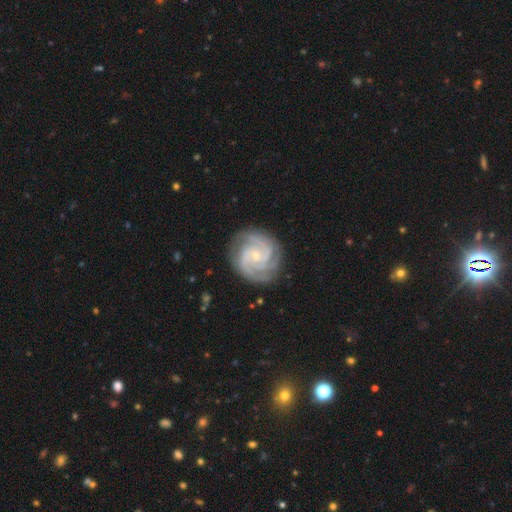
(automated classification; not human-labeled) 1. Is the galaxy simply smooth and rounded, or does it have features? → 92% featured or disk, 4% smooth, 4% star or artifact.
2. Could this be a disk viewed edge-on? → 98% no, 2% yes.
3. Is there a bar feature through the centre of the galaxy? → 66% no, 27% weak, 7% strong.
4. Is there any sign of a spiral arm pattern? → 99% yes, 1% no.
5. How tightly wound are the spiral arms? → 71% tight, 26% medium, 3% loose.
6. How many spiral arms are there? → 43% 3, 20% 2, 16% 4, 10% can't tell, 6% more than 4, 6% 1.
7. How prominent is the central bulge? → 78% small, 18% moderate, 2% none, 1% large, 1% dominant.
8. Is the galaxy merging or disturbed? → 83% none, 12% minor disturbance, 4% major disturbance, 1% merger.